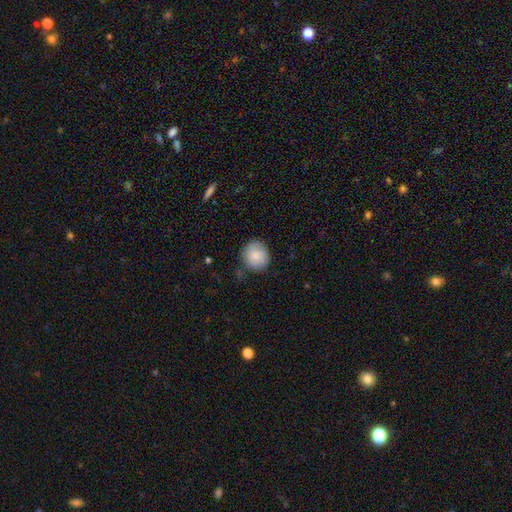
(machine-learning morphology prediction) smooth_or_featured: smooth (p=0.83) [alt: featured or disk p=0.09]
how_rounded: round (p=0.85) [alt: in between p=0.14]
merging: none (p=0.78) [alt: minor disturbance p=0.16]